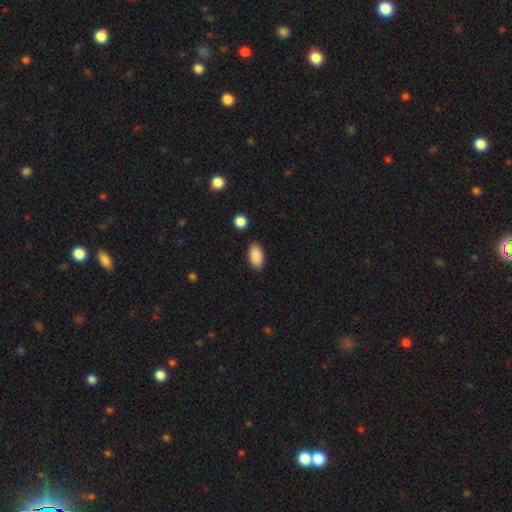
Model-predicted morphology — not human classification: The model was most divided on "merging": none: 83%, minor disturbance: 12%, merger: 3%, major disturbance: 2%. More confident: how rounded — in between (94%); smooth or featured — smooth (88%).